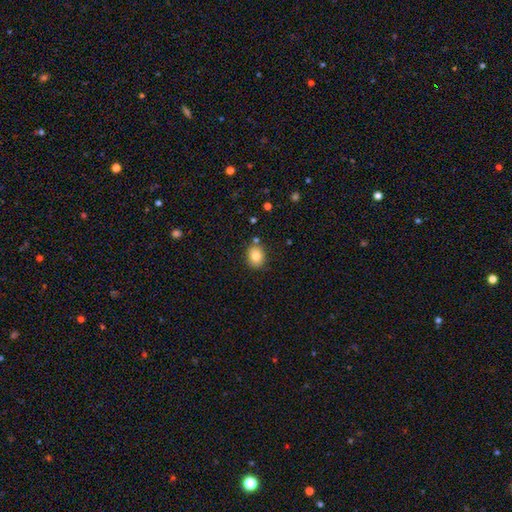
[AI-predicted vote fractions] Overall: smooth (83%). How rounded: round (55%; in between 44%). Merging: none (81%).